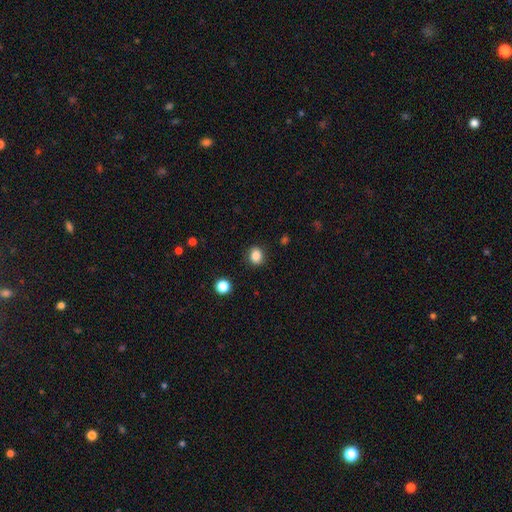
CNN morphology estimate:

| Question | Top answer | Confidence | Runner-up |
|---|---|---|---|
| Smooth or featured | smooth | 85% | star or artifact (10%) |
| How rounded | round | 64% | in between (35%) |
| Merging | none | 87% | minor disturbance (9%) |